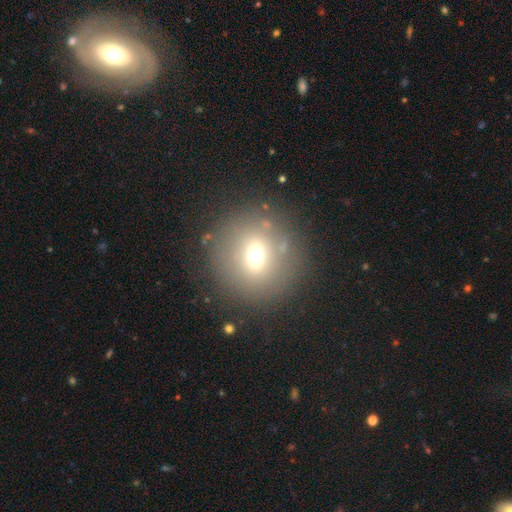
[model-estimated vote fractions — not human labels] Smooth or featured? smooth (62%)
How rounded? round (88%)
Merging? none (81%)